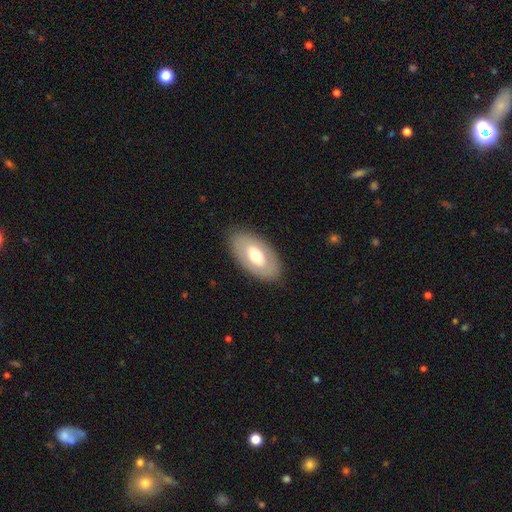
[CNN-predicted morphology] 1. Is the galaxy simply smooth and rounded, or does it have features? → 55% smooth, 39% featured or disk, 6% star or artifact.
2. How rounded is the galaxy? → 93% in between, 5% round, 2% cigar-shaped.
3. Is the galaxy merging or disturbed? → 85% none, 11% minor disturbance, 4% major disturbance, 1% merger.